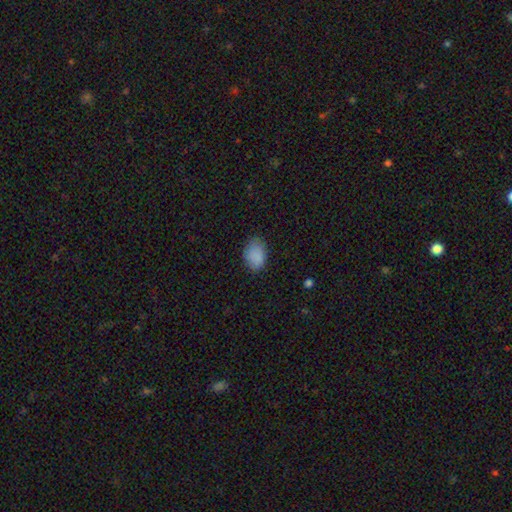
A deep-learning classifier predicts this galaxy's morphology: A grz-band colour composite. It shows a smooth galaxy with no disk features (87%) that is in between round and cigar-shaped (83%). Merging: none (72%).